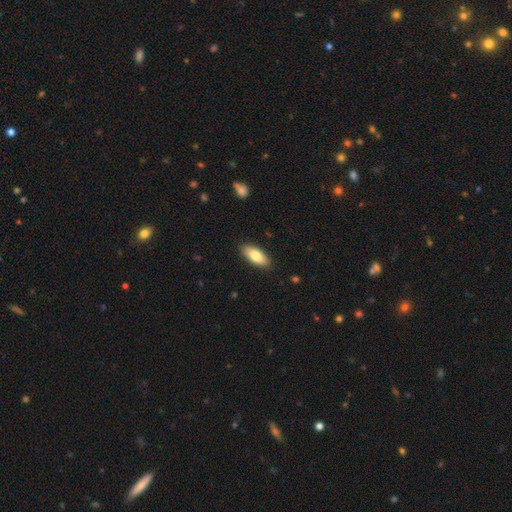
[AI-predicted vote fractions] A smooth galaxy with no disk features (80%) that is in between round and cigar-shaped (80%).

Vote fractions:
- Smooth or featured? smooth: 80% / featured or disk: 14% / star or artifact: 6%
- How rounded? in between: 80% / cigar-shaped: 18% / round: 2%
- Merging? none: 88% / minor disturbance: 9% / major disturbance: 2% / merger: 1%